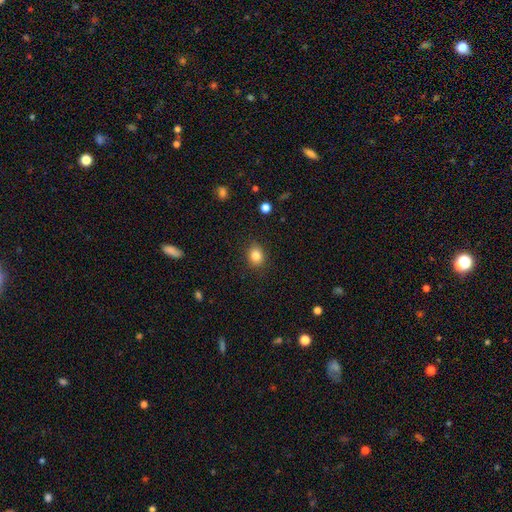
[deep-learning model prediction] This appears to be a smooth galaxy with no disk features (84%) that is round (57%). Merging: none (87%).